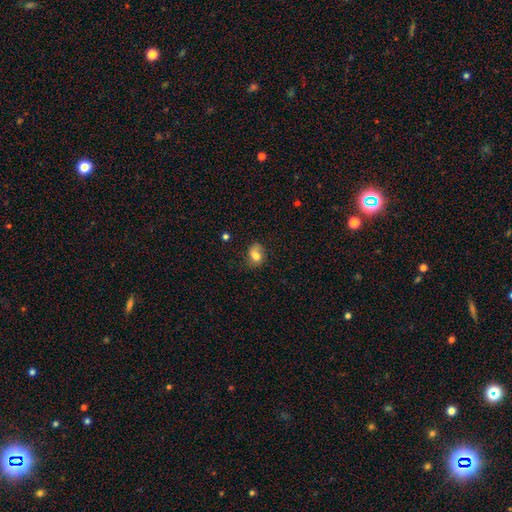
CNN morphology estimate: Smooth or featured? Predicted: smooth (p=0.74). How rounded? Predicted: in between (p=0.56). Merging? Predicted: none (p=0.55).